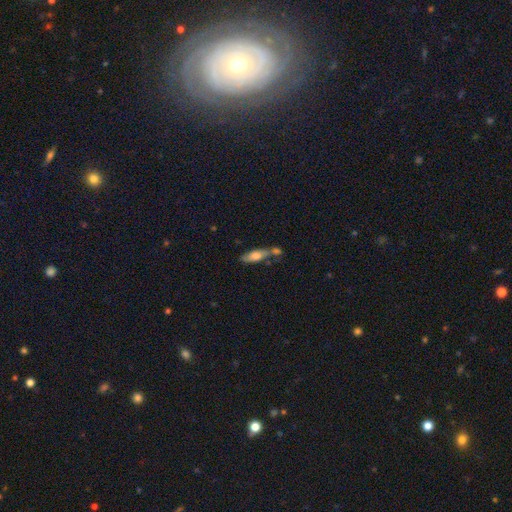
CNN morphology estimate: smooth 62%, featured or disk 30%, star or artifact 8%. Down the decision tree: how rounded — in between (54%); merging — none (40%).